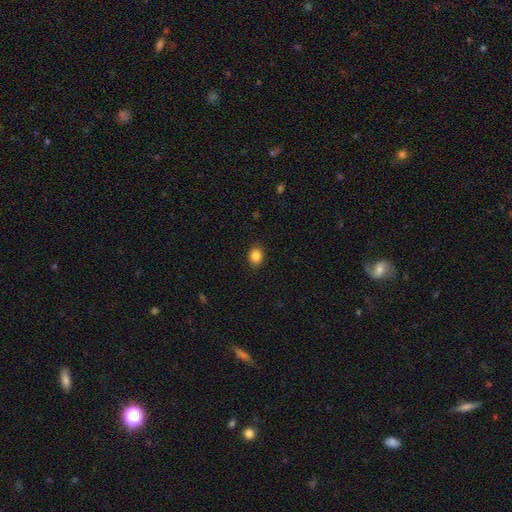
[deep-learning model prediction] smooth_or_featured: smooth (p=0.86) [alt: star or artifact p=0.10]
how_rounded: round (p=0.57) [alt: in between p=0.42]
merging: none (p=0.88) [alt: minor disturbance p=0.09]